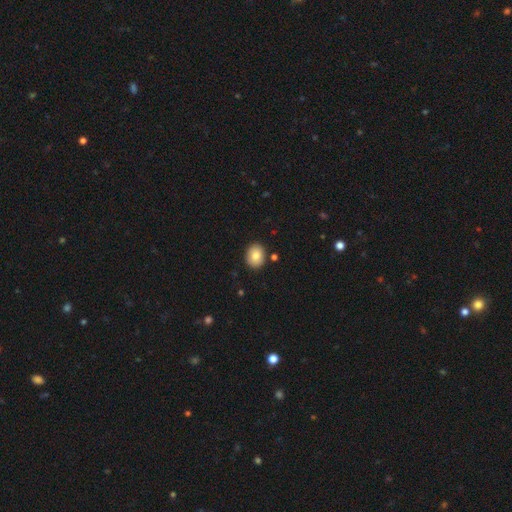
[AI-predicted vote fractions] Smooth or featured?
  - smooth: 83% *
  - featured or disk: 9%
  - star or artifact: 8%
How rounded?
  - round: 50% *
  - in between: 49%
  - cigar-shaped: 1%
Merging?
  - none: 86% *
  - minor disturbance: 9%
  - merger: 3%
  - major disturbance: 2%